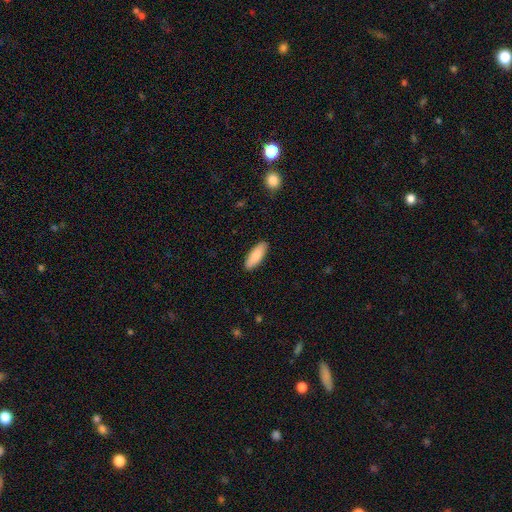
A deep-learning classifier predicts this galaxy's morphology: smooth-or-featured: smooth: 86% | featured or disk: 8% | star or artifact: 6%
  how-rounded: in between: 59% | cigar-shaped: 40% | round: 2%
  merging: none: 90% | minor disturbance: 7% | major disturbance: 2% | merger: 1%